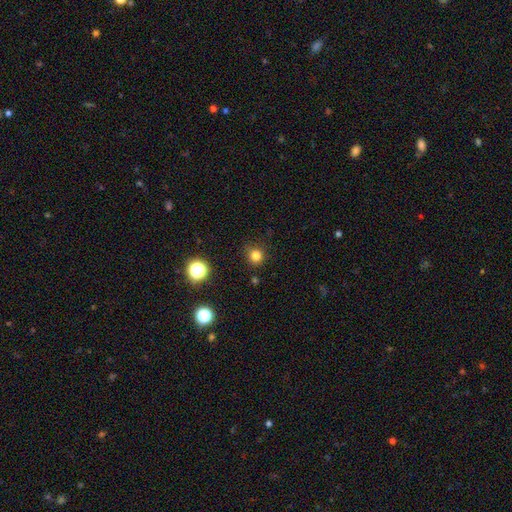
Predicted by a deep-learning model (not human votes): Smooth or featured? smooth (80%)
How rounded? round (92%)
Merging? none (86%)